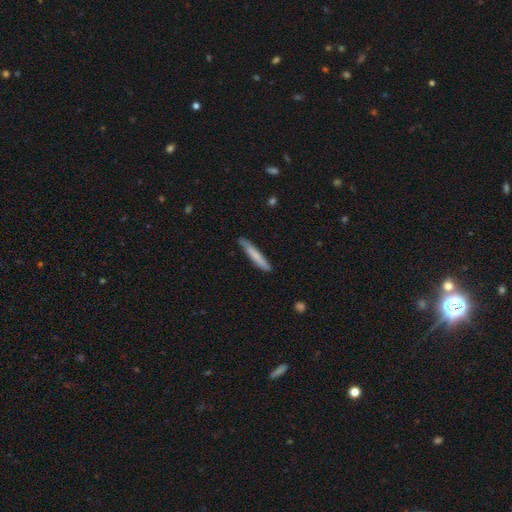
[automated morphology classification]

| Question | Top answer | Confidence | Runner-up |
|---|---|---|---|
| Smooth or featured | smooth | 70% | featured or disk (25%) |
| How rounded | cigar-shaped | 95% | in between (4%) |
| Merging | none | 83% | minor disturbance (13%) |